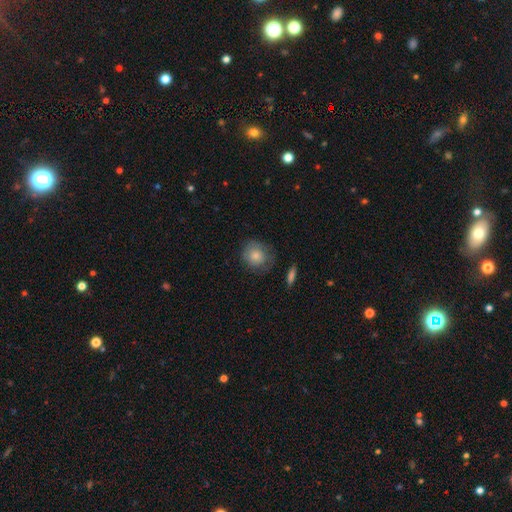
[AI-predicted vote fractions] smooth 80%, featured or disk 13%, star or artifact 7%. Down the decision tree: how rounded — round (83%); merging — none (71%).